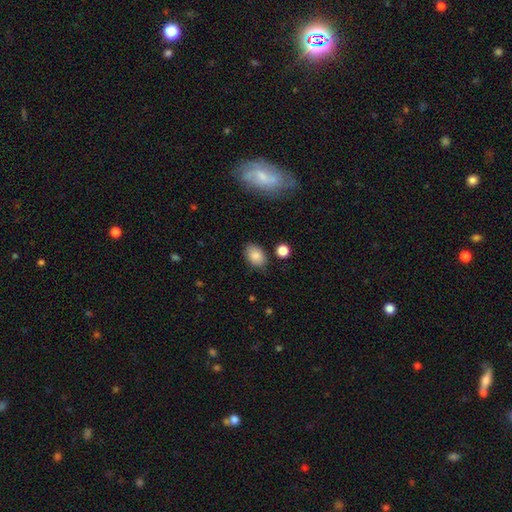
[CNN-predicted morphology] This appears to be a smooth galaxy with no disk features (86%) that is in between round and cigar-shaped (86%). Merging: none (81%).